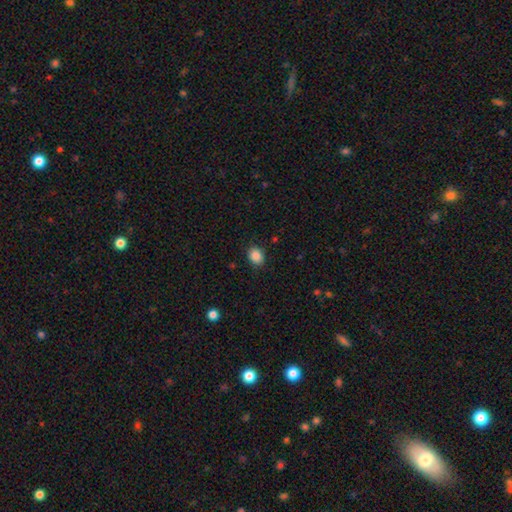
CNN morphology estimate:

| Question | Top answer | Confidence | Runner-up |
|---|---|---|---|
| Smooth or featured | smooth | 88% | star or artifact (9%) |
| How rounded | in between | 57% | round (42%) |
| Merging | none | 87% | minor disturbance (10%) |